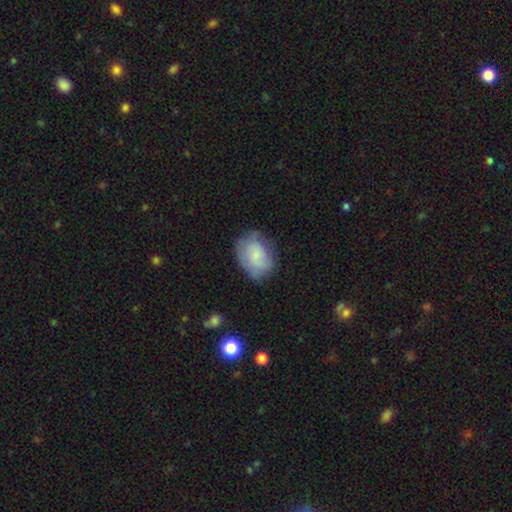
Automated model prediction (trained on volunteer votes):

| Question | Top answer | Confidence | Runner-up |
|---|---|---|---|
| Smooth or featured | smooth | 59% | featured or disk (33%) |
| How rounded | in between | 70% | round (29%) |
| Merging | none | 58% | minor disturbance (29%) |